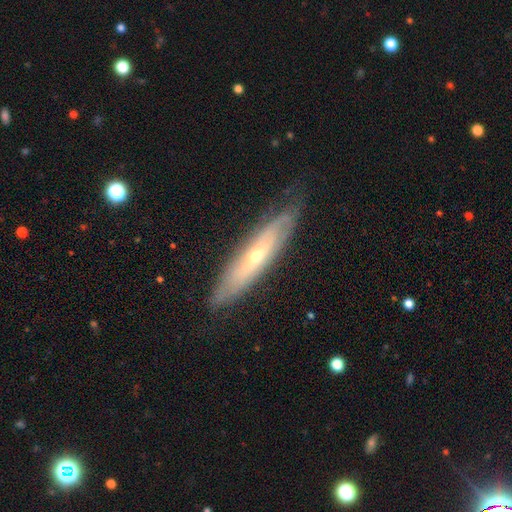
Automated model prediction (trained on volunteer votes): Smooth or featured: featured or disk — 67% (smooth — 26%)
Edge-on disk: no — 51% (yes — 49%)
Merging: none — 77% (minor disturbance — 18%)